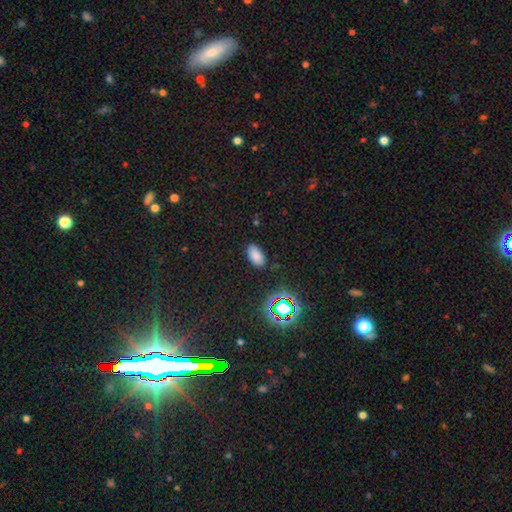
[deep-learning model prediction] A smooth galaxy with no disk features (79%) that is in between round and cigar-shaped (94%). Merging: none (84%).